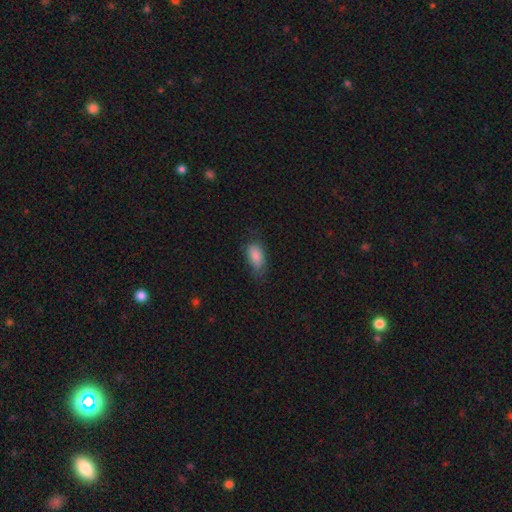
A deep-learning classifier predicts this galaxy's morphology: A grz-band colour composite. It shows a smooth galaxy with no disk features (85%) that is in between round and cigar-shaped (90%). Merging: none (61%).